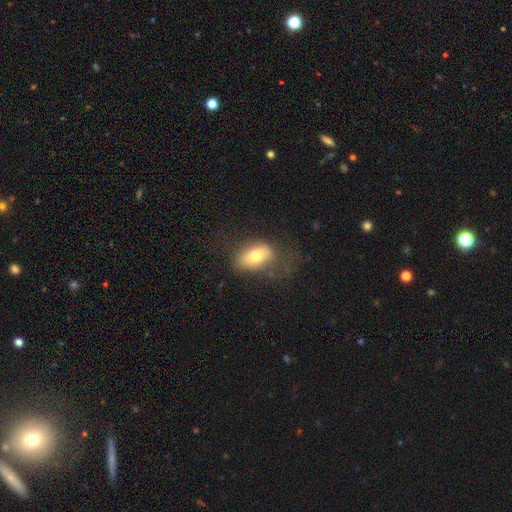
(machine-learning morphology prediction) This is likely a smooth galaxy (73%). How rounded: clearly in between (88%). Merging: possibly none (49%).